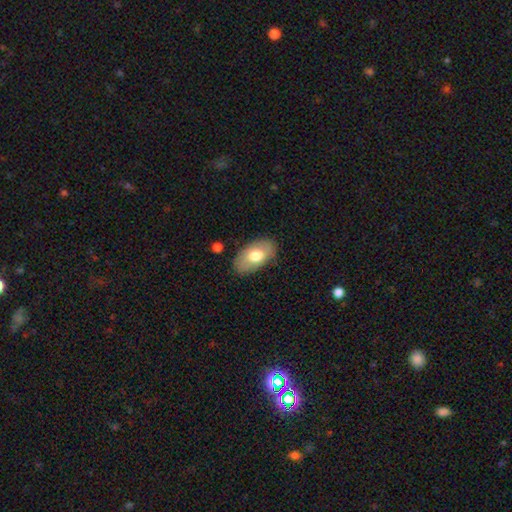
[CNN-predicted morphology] Smooth or featured? Predicted: smooth (p=0.70). How rounded? Predicted: in between (p=0.94). Merging? Predicted: none (p=0.81).